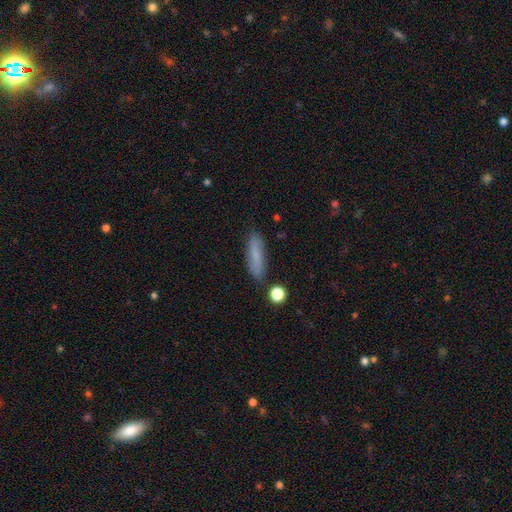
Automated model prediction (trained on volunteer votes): smooth 75%, featured or disk 17%, star or artifact 8%. Down the decision tree: how rounded — cigar-shaped (70%); merging — none (83%).